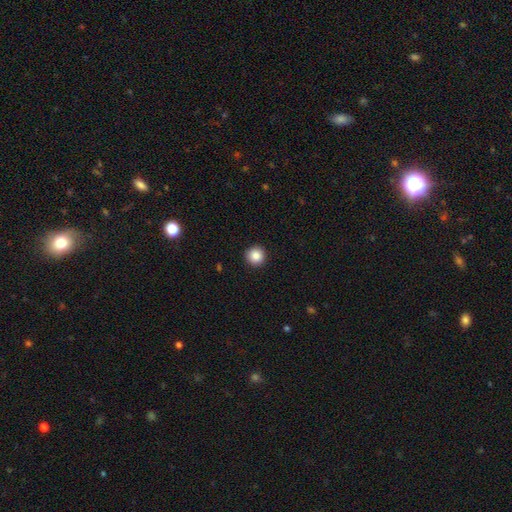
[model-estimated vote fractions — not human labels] Smooth or featured? smooth (87%)
How rounded? round (96%)
Merging? none (93%)